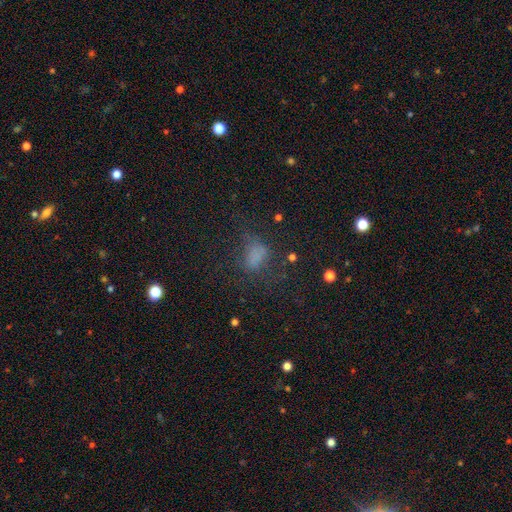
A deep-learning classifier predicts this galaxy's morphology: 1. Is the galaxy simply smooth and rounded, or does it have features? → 60% smooth, 24% star or artifact, 16% featured or disk.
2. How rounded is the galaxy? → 71% in between, 26% round, 3% cigar-shaped.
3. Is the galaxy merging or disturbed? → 43% none, 32% major disturbance, 22% minor disturbance, 3% merger.